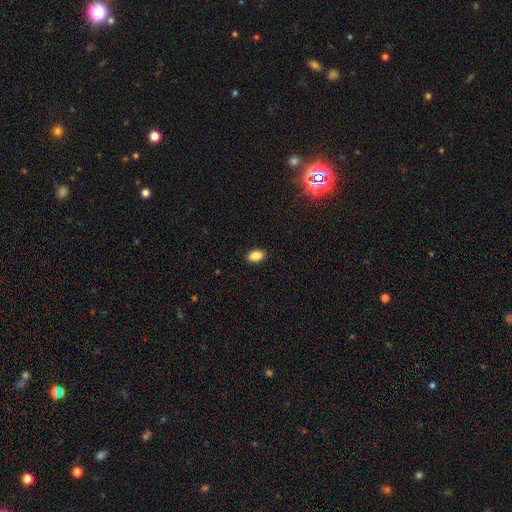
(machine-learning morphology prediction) Q: Smooth or featured?
A: smooth (87%); runner-up: star or artifact (9%)
Q: How rounded?
A: in between (90%); runner-up: round (8%)
Q: Merging?
A: none (90%); runner-up: minor disturbance (7%)